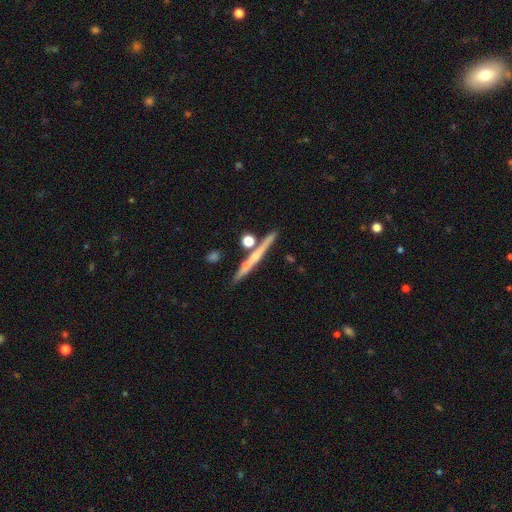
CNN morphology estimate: featured or disk 54%, smooth 38%, star or artifact 8%. Down the decision tree: edge-on disk — yes (95%); edge-on bulge — none (59%); merging — none (78%).